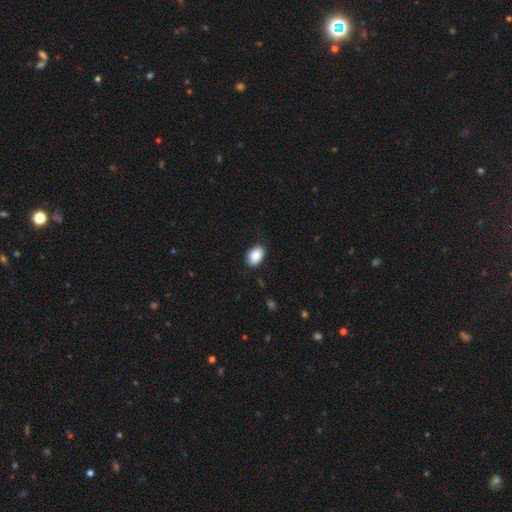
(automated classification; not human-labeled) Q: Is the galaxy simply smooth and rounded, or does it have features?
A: smooth — 87%.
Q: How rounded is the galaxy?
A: in between — 86%.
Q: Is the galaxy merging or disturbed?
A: none — 82%.